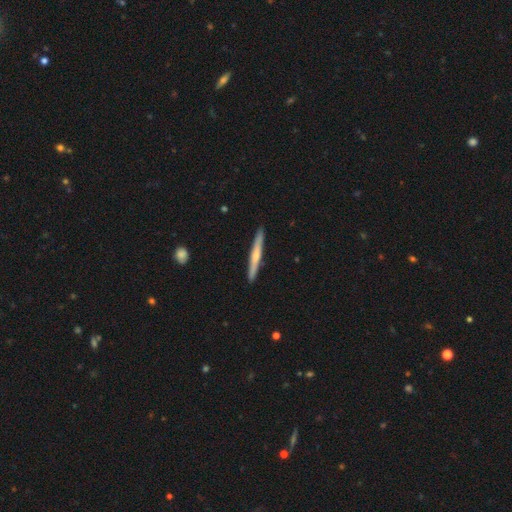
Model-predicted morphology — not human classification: smooth_or_featured: featured or disk (p=0.52) [alt: smooth p=0.43]
disk_edge_on: yes (p=0.97) [alt: no p=0.03]
edge_on_bulge: rounded (p=0.62) [alt: none p=0.33]
merging: none (p=0.92) [alt: minor disturbance p=0.06]